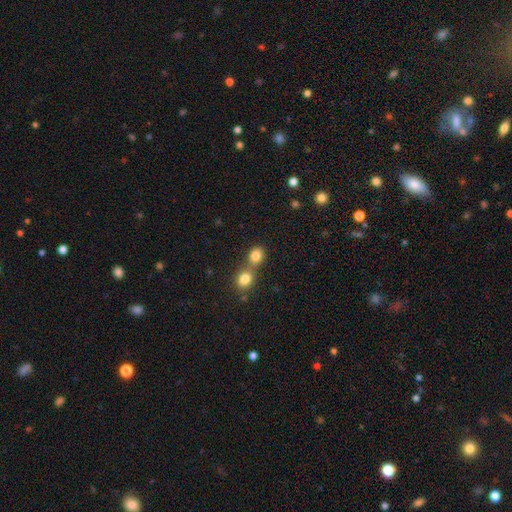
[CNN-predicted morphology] smooth-or-featured: smooth: 82% | star or artifact: 11% | featured or disk: 7%
  how-rounded: round: 61% | in between: 38% | cigar-shaped: 1%
  merging: merger: 51% | none: 40% | minor disturbance: 7% | major disturbance: 2%